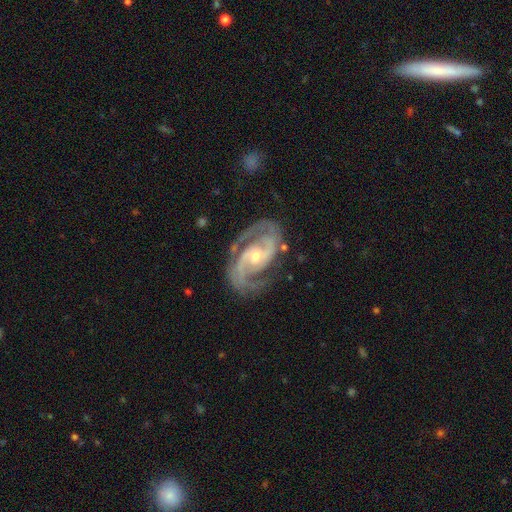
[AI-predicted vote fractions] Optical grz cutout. It shows a featured or disk galaxy (93%) with no bar (47%), 2 (90%) medium (55%) spiral arms (98%) and a small central bulge (50%). Merging: none (77%).